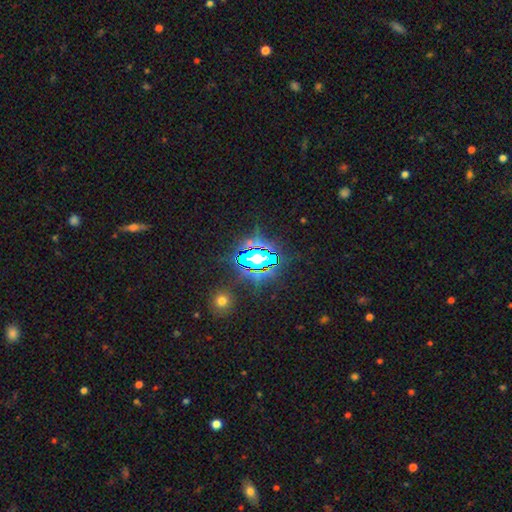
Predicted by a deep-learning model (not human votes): Smooth or featured: star or artifact — 79% (smooth — 12%)